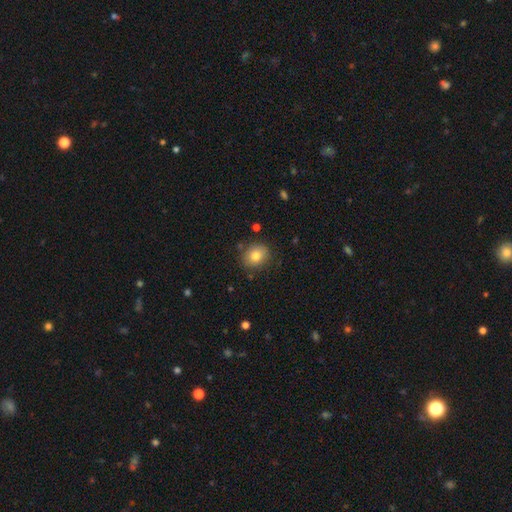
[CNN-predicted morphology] A smooth galaxy with no disk features (82%) that is round (68%). Merging: none (84%).